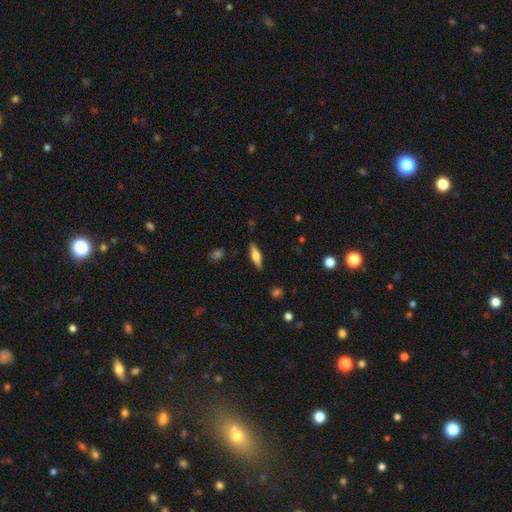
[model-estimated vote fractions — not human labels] Smooth or featured: smooth — 58% (featured or disk — 35%)
How rounded: cigar-shaped — 54% (in between — 43%)
Merging: none — 86% (minor disturbance — 10%)